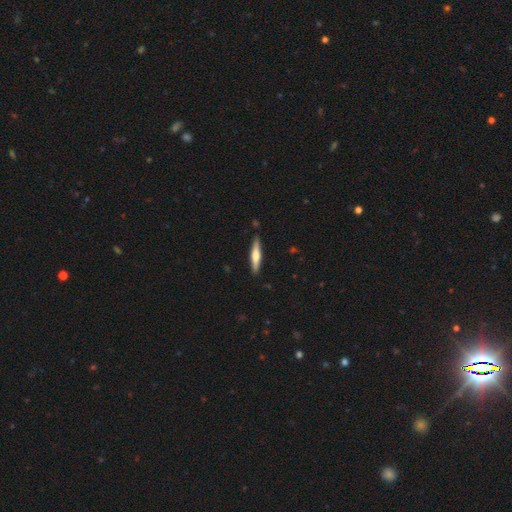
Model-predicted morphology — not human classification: smooth 49%, featured or disk 46%, star or artifact 5%. Down the decision tree: merging — none (87%).